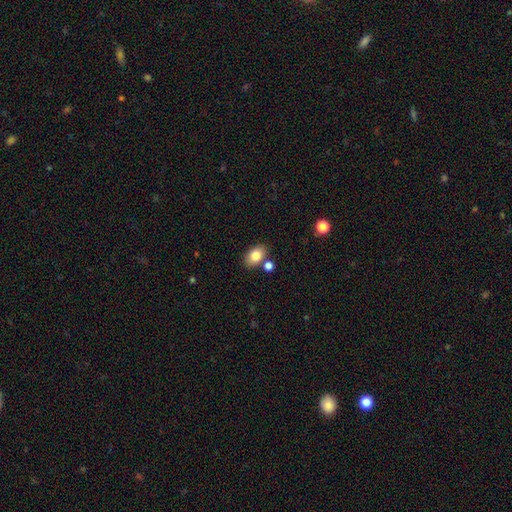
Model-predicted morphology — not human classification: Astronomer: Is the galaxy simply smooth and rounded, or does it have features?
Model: smooth — 82%.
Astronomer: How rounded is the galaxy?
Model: in between — 83%.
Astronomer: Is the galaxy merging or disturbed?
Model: none — 77%.